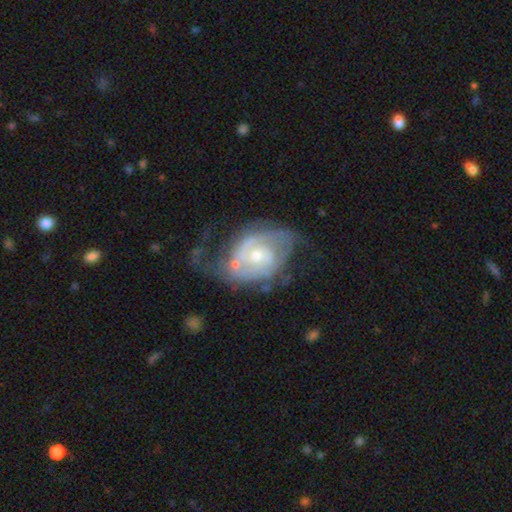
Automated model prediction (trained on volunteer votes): This is clearly a featured or disk galaxy (87%). It is clearly not viewed edge-on (97%). Bar: likely no (62%). Spiral arm pattern: clearly yes (93%). Spiral arm count: likely 2 (63%). Spiral winding: possibly tight (50%). Central bulge: possibly moderate (48%). Merging: possibly none (46%).